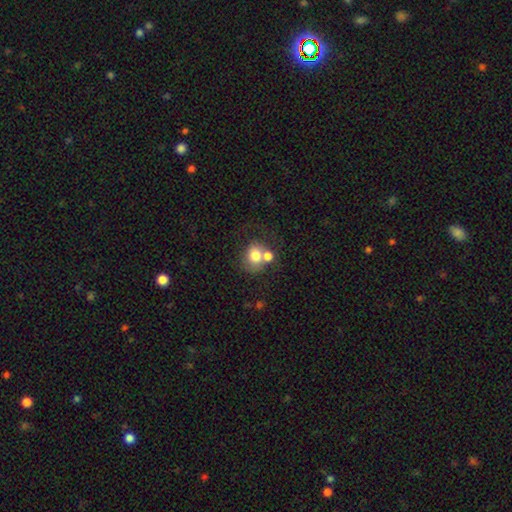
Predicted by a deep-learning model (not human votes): A smooth galaxy with no disk features (75%) that is round (66%).

Vote fractions:
- Smooth or featured? smooth: 75% / featured or disk: 16% / star or artifact: 9%
- How rounded? round: 66% / in between: 33% / cigar-shaped: 1%
- Merging? merger: 45% / none: 36% / minor disturbance: 12% / major disturbance: 7%